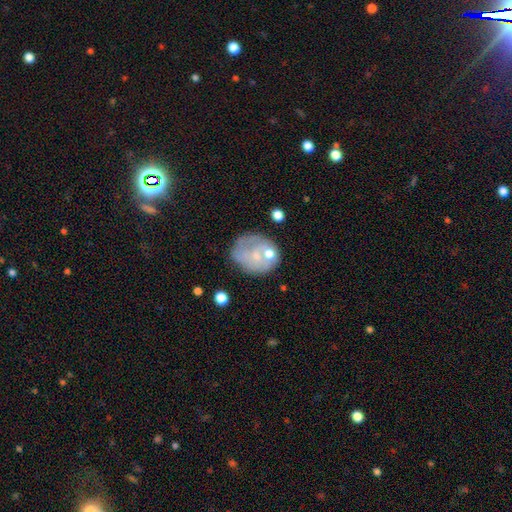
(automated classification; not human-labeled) Q: Smooth or featured?
A: featured or disk (46%); runner-up: smooth (44%)
Q: Merging?
A: none (49%); runner-up: minor disturbance (23%)